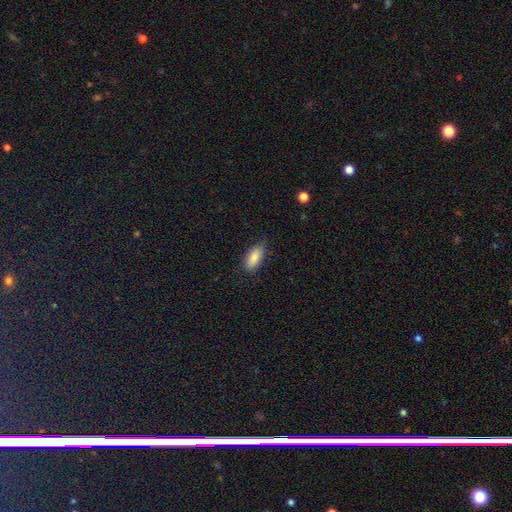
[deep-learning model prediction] Q: Smooth or featured?
A: smooth (86%); runner-up: featured or disk (7%)
Q: How rounded?
A: in between (87%); runner-up: cigar-shaped (10%)
Q: Merging?
A: none (79%); runner-up: minor disturbance (17%)